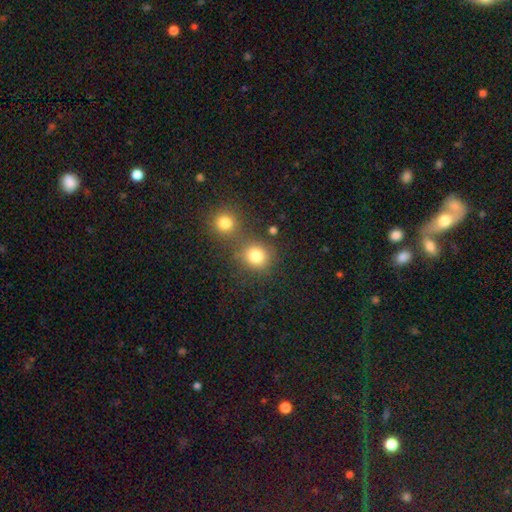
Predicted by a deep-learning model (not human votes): smooth_or_featured: smooth (p=0.81) [alt: star or artifact p=0.13]
how_rounded: round (p=0.85) [alt: in between p=0.14]
merging: none (p=0.57) [alt: merger p=0.30]